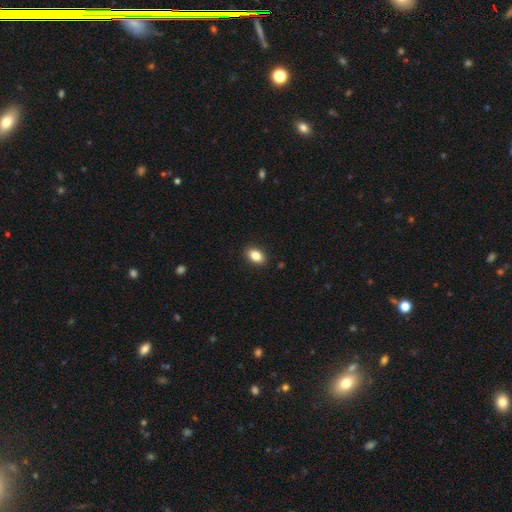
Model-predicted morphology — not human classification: Overall: smooth (84%). How rounded: in between (83%). Merging: none (90%).